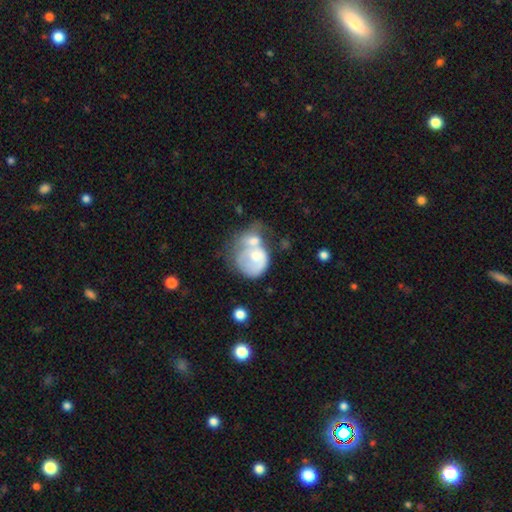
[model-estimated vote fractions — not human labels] The model was most divided on "smooth or featured": smooth: 48%, featured or disk: 46%, star or artifact: 7%. More confident: merging — merger (61%).